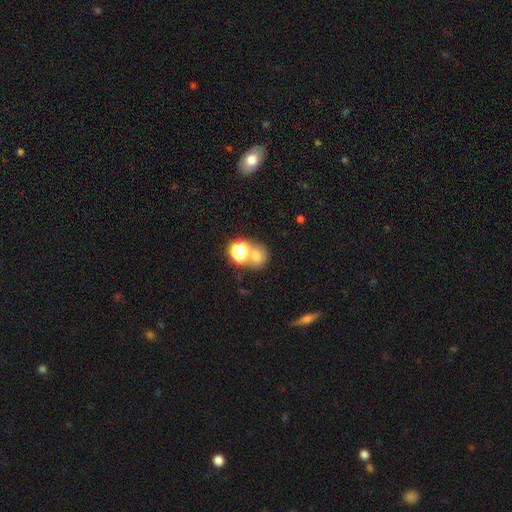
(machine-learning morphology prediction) A smooth galaxy with no disk features (65%) that is round (70%). Merging: none (48%).